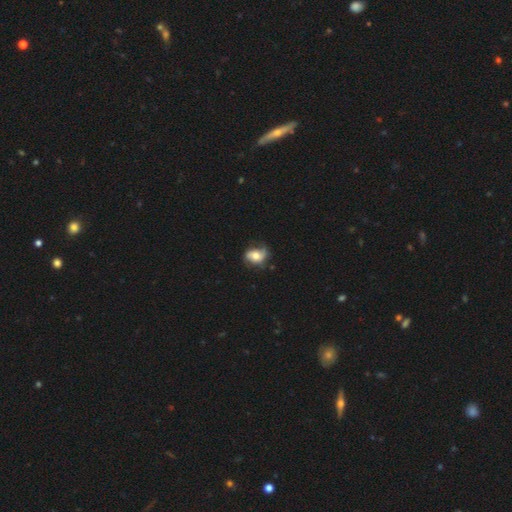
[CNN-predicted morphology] smooth_or_featured: featured or disk (p=0.50) [alt: smooth p=0.42]
merging: none (p=0.58) [alt: minor disturbance p=0.28]